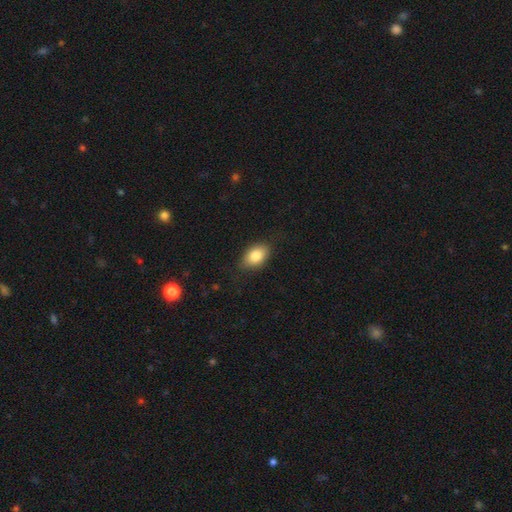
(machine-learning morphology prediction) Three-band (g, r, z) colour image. It shows a smooth galaxy with no disk features (83%) that is in between round and cigar-shaped (85%). Merging: none (81%).